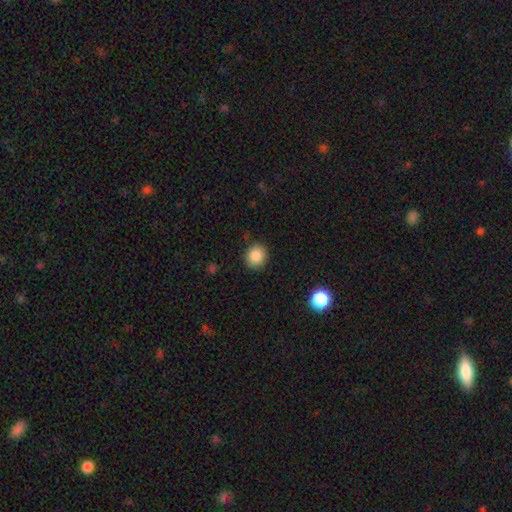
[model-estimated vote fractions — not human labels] A smooth galaxy with no disk features (87%) that is round (81%). Merging: none (89%).